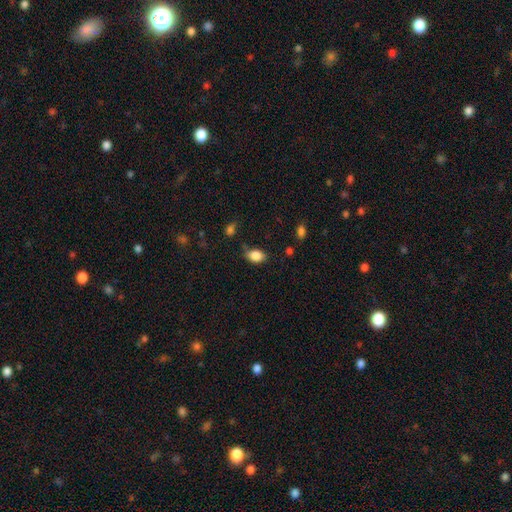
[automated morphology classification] smooth-or-featured: smooth: 85% | star or artifact: 9% | featured or disk: 6%
  how-rounded: in between: 81% | round: 18% | cigar-shaped: 2%
  merging: none: 71% | minor disturbance: 21% | major disturbance: 5% | merger: 3%